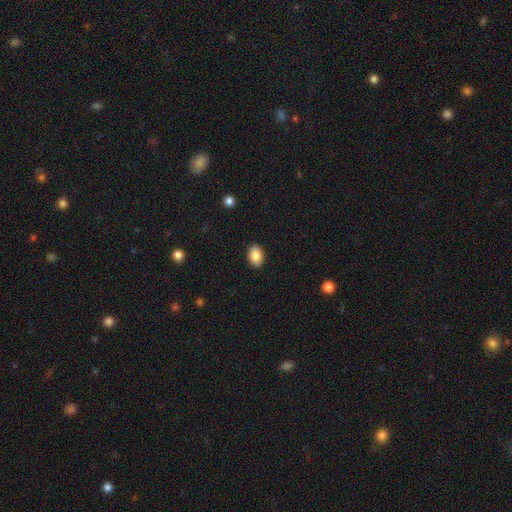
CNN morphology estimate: smooth_or_featured: smooth (p=0.86) [alt: star or artifact p=0.07]
how_rounded: in between (p=0.87) [alt: round p=0.12]
merging: none (p=0.89) [alt: minor disturbance p=0.08]